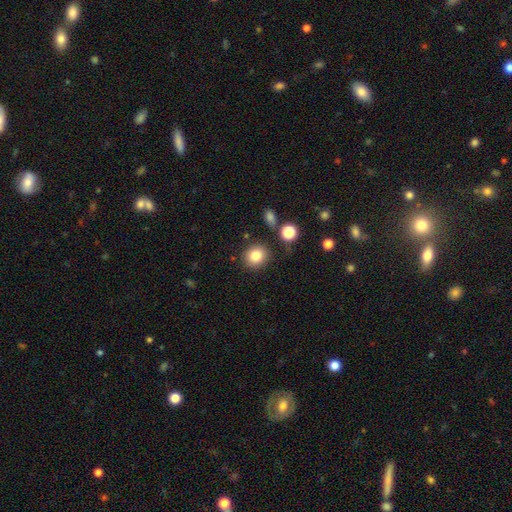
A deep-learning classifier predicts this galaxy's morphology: Q: Smooth or featured?
A: smooth (83%); runner-up: star or artifact (10%)
Q: How rounded?
A: round (80%); runner-up: in between (19%)
Q: Merging?
A: none (84%); runner-up: minor disturbance (9%)